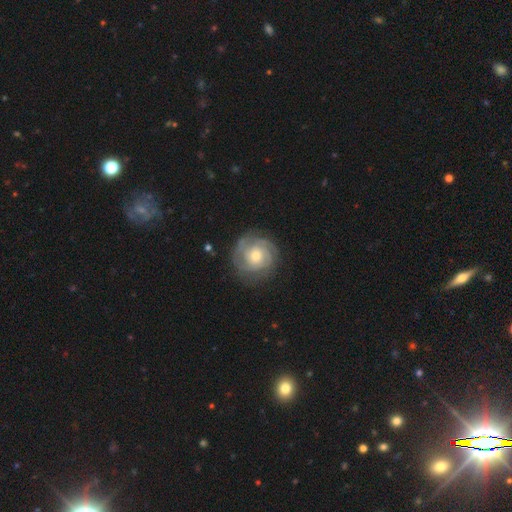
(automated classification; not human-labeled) featured or disk 81%, smooth 14%, star or artifact 6%. Down the decision tree: edge-on disk — no (98%); bar — no (76%); spiral arms — yes (95%); spiral arm count — 3 (29%); spiral winding — tight (75%); bulge size — moderate (60%); merging — none (82%).